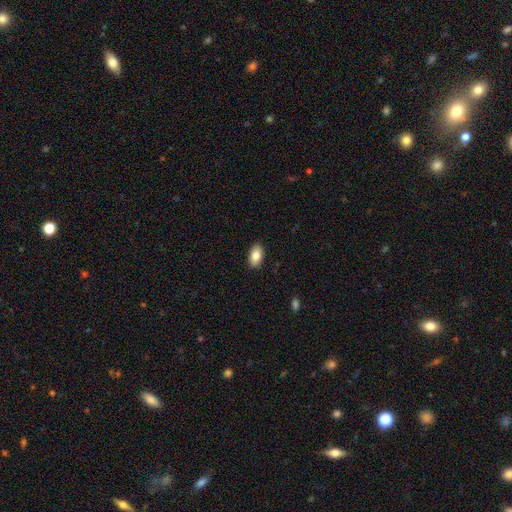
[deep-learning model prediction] Smooth or featured: smooth — 84% (featured or disk — 8%)
How rounded: in between — 93% (round — 5%)
Merging: none — 90% (minor disturbance — 7%)